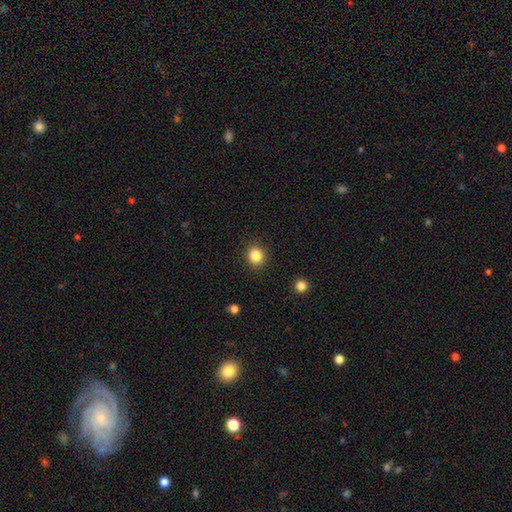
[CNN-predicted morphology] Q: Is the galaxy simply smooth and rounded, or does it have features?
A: smooth — 85%.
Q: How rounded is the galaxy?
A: round — 80%.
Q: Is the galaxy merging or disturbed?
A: none — 90%.